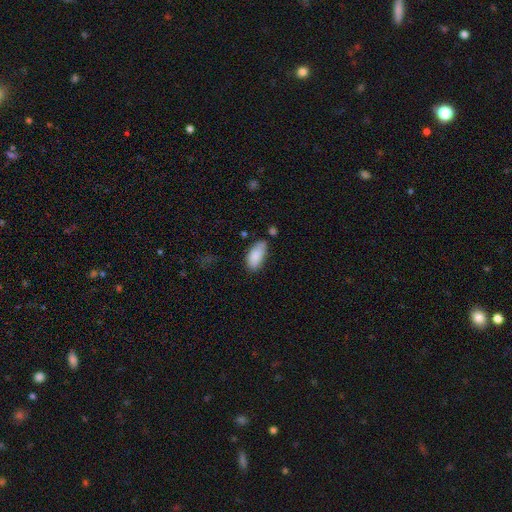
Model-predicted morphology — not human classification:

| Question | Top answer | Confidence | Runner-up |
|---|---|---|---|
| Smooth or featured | smooth | 86% | featured or disk (7%) |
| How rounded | in between | 91% | cigar-shaped (7%) |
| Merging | none | 60% | minor disturbance (29%) |